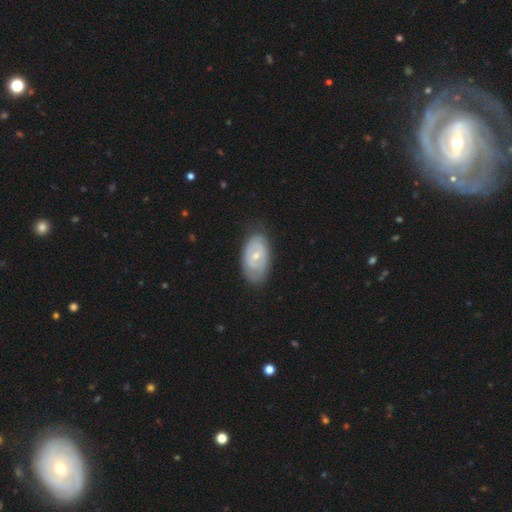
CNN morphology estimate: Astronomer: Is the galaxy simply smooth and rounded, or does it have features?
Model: featured or disk — 61%.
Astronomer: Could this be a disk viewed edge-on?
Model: no — 93%.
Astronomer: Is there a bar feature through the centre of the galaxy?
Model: no — 63%.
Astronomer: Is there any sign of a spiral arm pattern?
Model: no — 50%, tied with yes at 50%.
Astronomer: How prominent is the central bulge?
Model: moderate — 49% (runner-up: small, 48%).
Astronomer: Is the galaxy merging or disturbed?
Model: none — 76%.